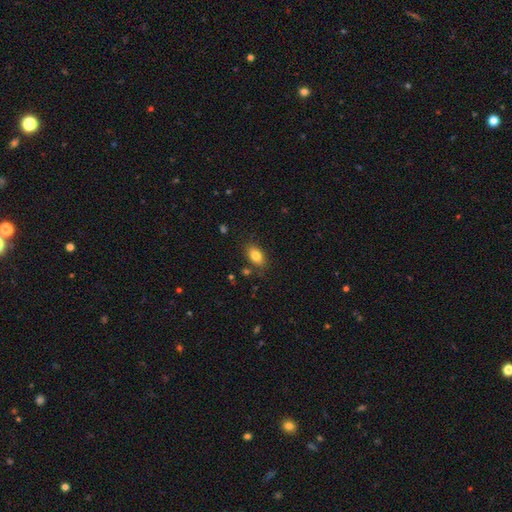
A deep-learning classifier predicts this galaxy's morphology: Smooth or featured? Predicted: smooth (p=0.83). How rounded? Predicted: in between (p=0.86). Merging? Predicted: none (p=0.81).